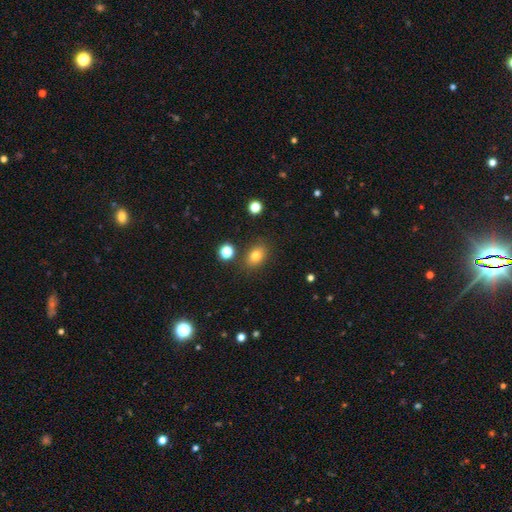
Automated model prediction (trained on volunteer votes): Overall: smooth (78%). How rounded: in between (69%; round 30%). Merging: none (83%).